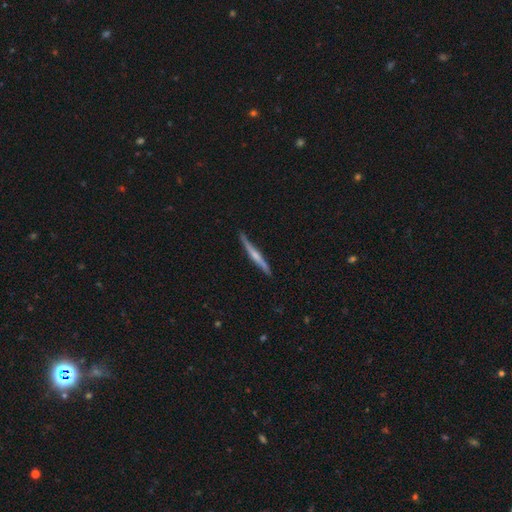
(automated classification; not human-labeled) featured or disk 63%, smooth 32%, star or artifact 5%. Down the decision tree: edge-on disk — yes (97%); edge-on bulge — rounded (54%); merging — none (86%).